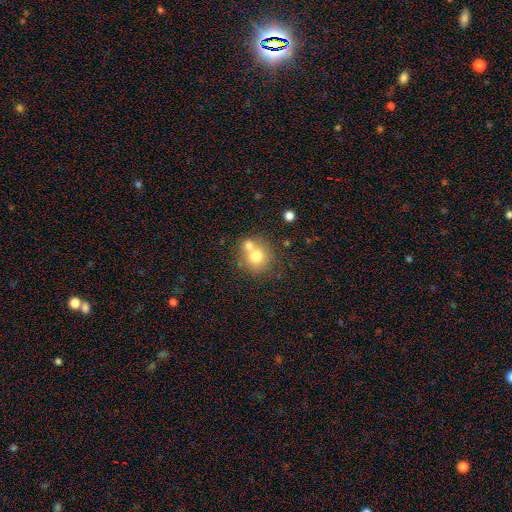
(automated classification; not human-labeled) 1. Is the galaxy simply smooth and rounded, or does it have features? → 72% smooth, 17% featured or disk, 11% star or artifact.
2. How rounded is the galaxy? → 84% round, 15% in between, 1% cigar-shaped.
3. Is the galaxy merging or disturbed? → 46% none, 42% merger, 9% minor disturbance, 3% major disturbance.